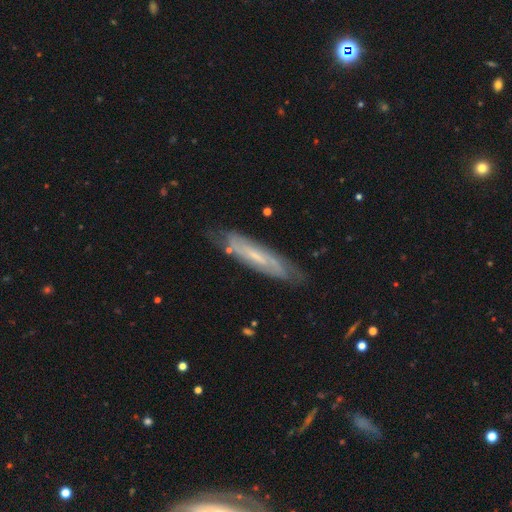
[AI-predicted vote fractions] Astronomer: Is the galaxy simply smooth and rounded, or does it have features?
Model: featured or disk — 63%.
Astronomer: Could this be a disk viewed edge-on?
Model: no — 53% (runner-up: yes, 47%).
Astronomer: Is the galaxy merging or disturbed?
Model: none — 77%.